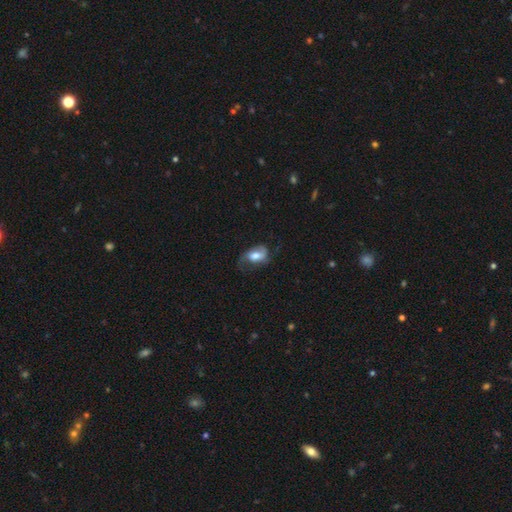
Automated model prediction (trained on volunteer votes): Overall: smooth (48%; featured or disk 45%). Merging: none (42%; minor disturbance 28%).